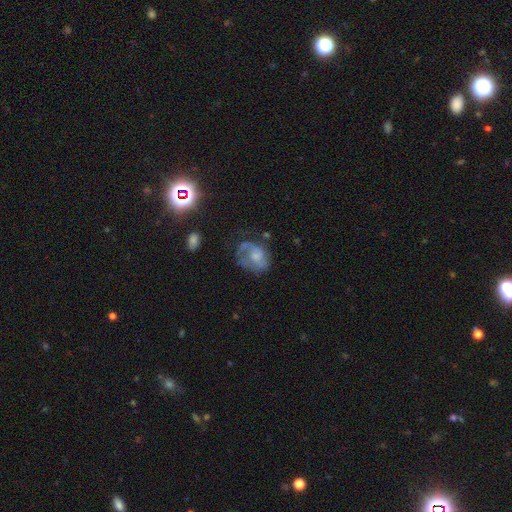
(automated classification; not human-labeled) Smooth or featured? featured or disk (55%)
Edge-on disk? no (97%)
Bar? no (74%)
Spiral arms? yes (67%)
Bulge size? moderate (37%)
Merging? none (42%)